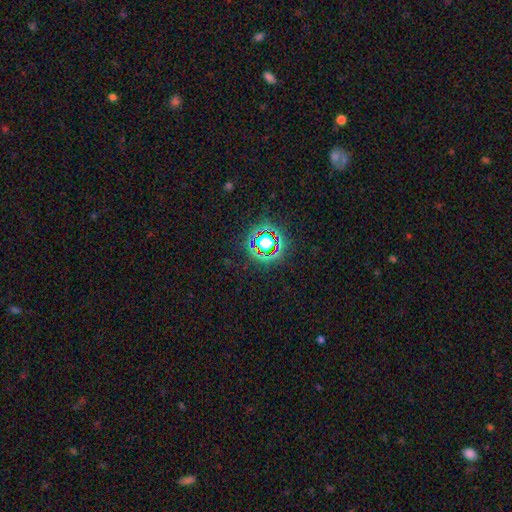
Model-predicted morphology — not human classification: type=star or artifact (76%).